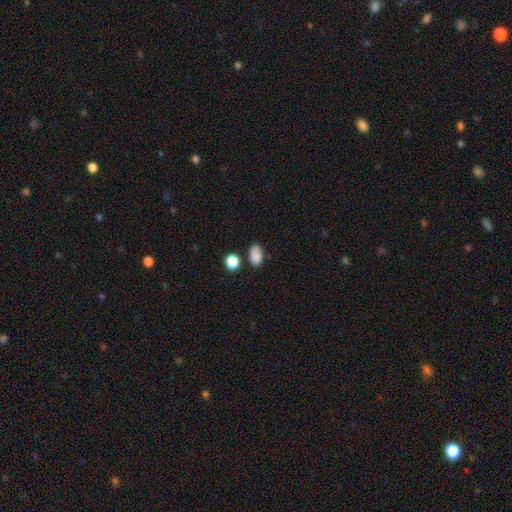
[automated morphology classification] Smooth or featured?
  - smooth: 86% *
  - star or artifact: 10%
  - featured or disk: 4%
How rounded?
  - in between: 89% *
  - round: 9%
  - cigar-shaped: 2%
Merging?
  - none: 74% *
  - minor disturbance: 16%
  - merger: 6%
  - major disturbance: 4%